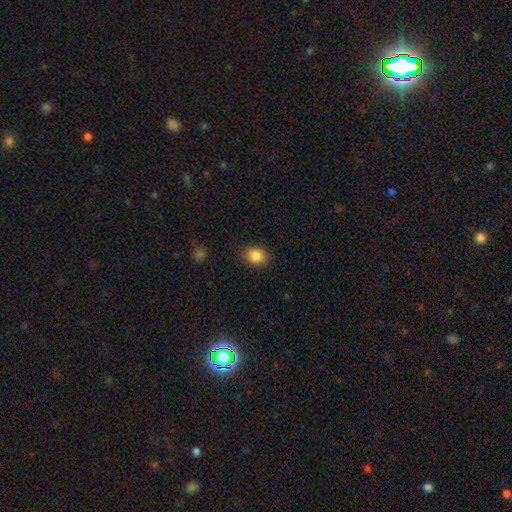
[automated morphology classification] A smooth galaxy with no disk features (86%) that is in between round and cigar-shaped (57%).

Vote fractions:
- Smooth or featured? smooth: 86% / star or artifact: 9% / featured or disk: 5%
- How rounded? in between: 57% / round: 42% / cigar-shaped: 1%
- Merging? none: 86% / minor disturbance: 10% / major disturbance: 3% / merger: 1%